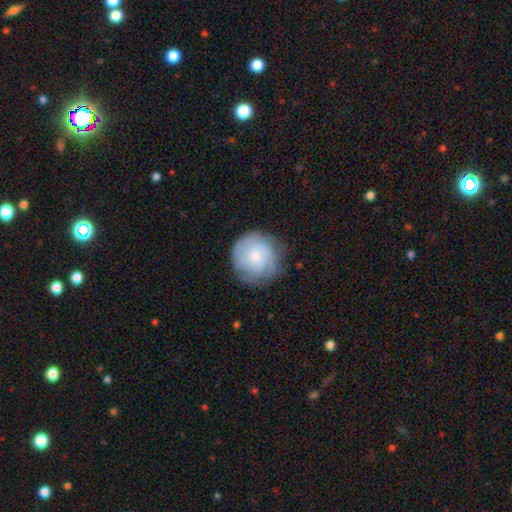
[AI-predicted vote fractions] A smooth galaxy with no disk features (53%) that is round (92%).

Vote fractions:
- Smooth or featured? smooth: 53% / featured or disk: 40% / star or artifact: 7%
- How rounded? round: 92% / in between: 7% / cigar-shaped: 1%
- Merging? none: 75% / minor disturbance: 18% / major disturbance: 6% / merger: 1%